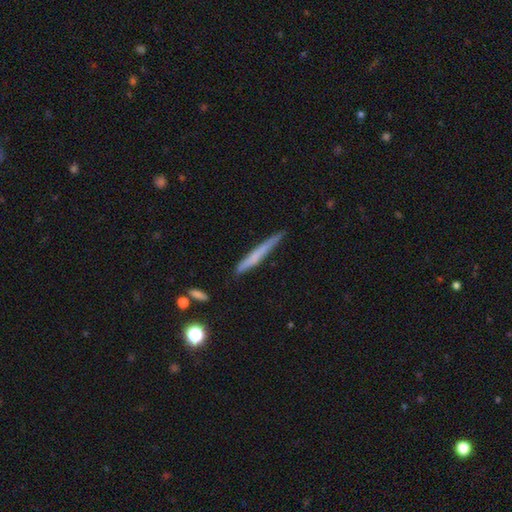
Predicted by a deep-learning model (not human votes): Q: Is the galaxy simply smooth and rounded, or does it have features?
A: smooth — 59%.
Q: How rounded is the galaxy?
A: cigar-shaped — 96%.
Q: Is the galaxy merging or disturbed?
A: none — 82%.